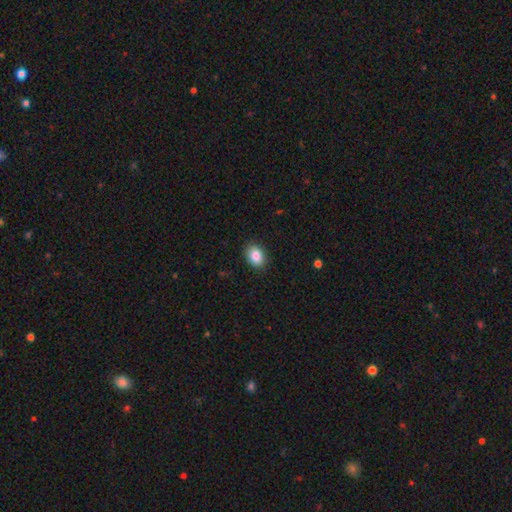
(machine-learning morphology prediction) Smooth or featured? Predicted: smooth (p=0.86). How rounded? Predicted: in between (p=0.69). Merging? Predicted: none (p=0.88).